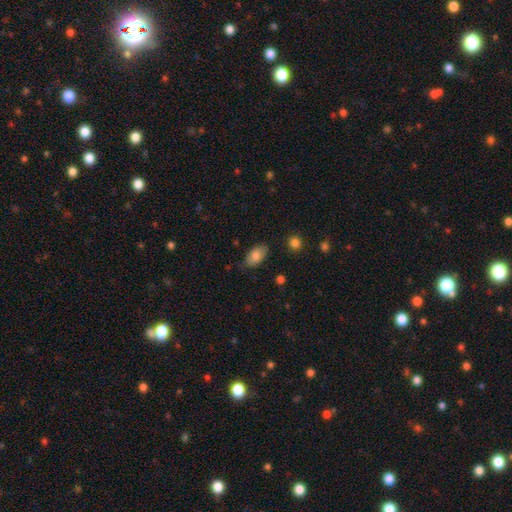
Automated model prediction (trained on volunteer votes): smooth_or_featured: smooth (p=0.80) [alt: featured or disk p=0.13]
how_rounded: in between (p=0.92) [alt: round p=0.05]
merging: none (p=0.78) [alt: minor disturbance p=0.17]